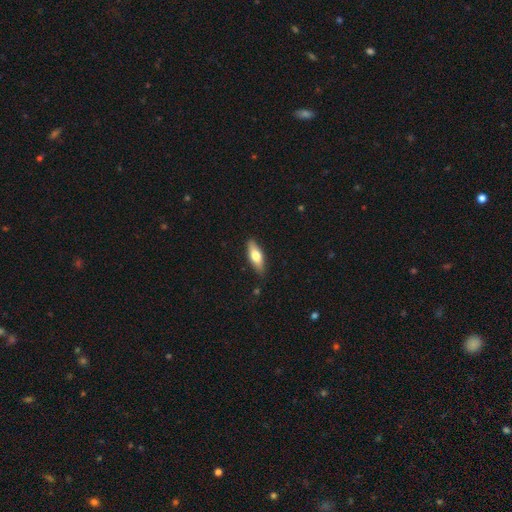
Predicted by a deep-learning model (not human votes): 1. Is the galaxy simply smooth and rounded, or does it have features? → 64% smooth, 30% featured or disk, 6% star or artifact.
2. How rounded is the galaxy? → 63% in between, 34% cigar-shaped, 3% round.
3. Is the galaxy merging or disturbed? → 85% none, 12% minor disturbance, 2% major disturbance, 1% merger.